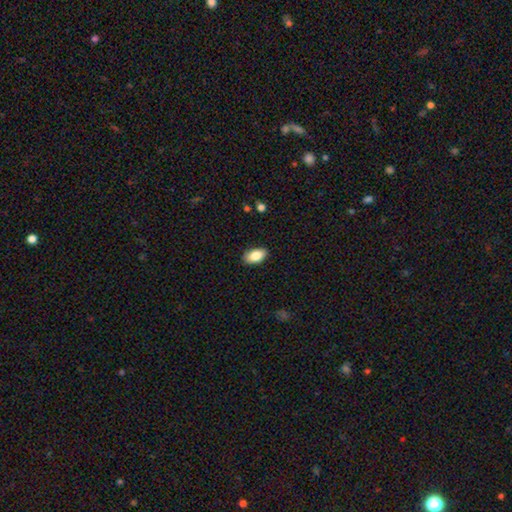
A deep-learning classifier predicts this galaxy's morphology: The model was most divided on "merging": none: 87%, minor disturbance: 10%, major disturbance: 2%, merger: 1%. More confident: how rounded — in between (93%); smooth or featured — smooth (86%).